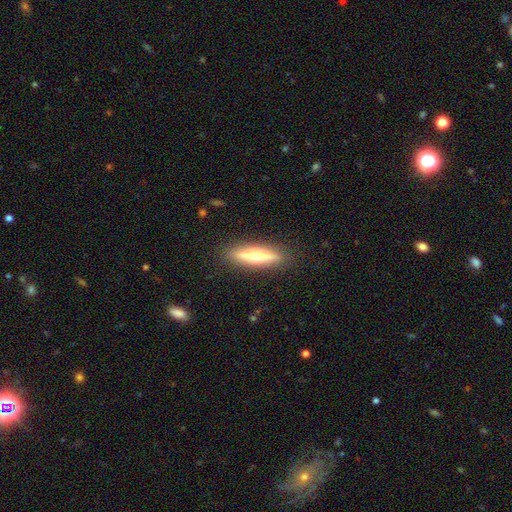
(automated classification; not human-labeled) Smooth or featured: featured or disk — 48% (smooth — 46%)
Merging: none — 89% (minor disturbance — 8%)